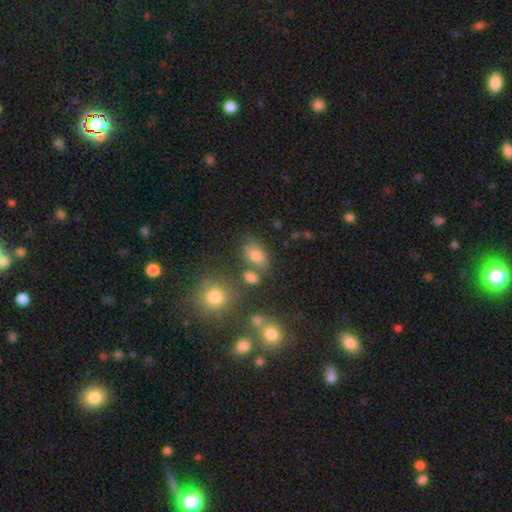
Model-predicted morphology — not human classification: Smooth or featured: smooth — 73% (star or artifact — 14%)
How rounded: in between — 81% (round — 17%)
Merging: none — 67% (minor disturbance — 15%)